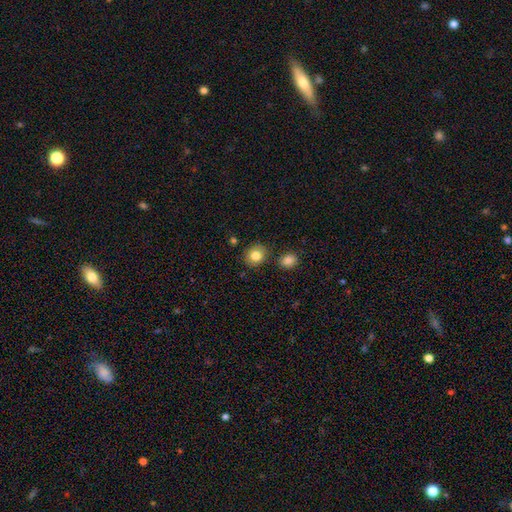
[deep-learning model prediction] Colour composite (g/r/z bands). It shows a smooth galaxy with no disk features (83%) that is round (75%). Merging: none (83%).